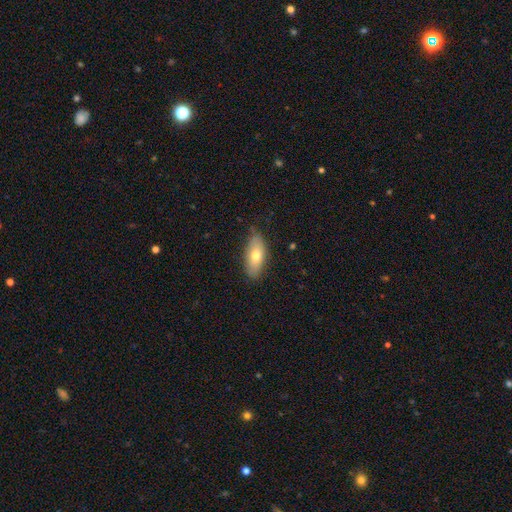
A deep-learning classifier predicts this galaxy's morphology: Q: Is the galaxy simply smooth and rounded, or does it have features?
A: smooth — 70%.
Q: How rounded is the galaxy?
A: in between — 82%.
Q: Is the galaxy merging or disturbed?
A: none — 81%.